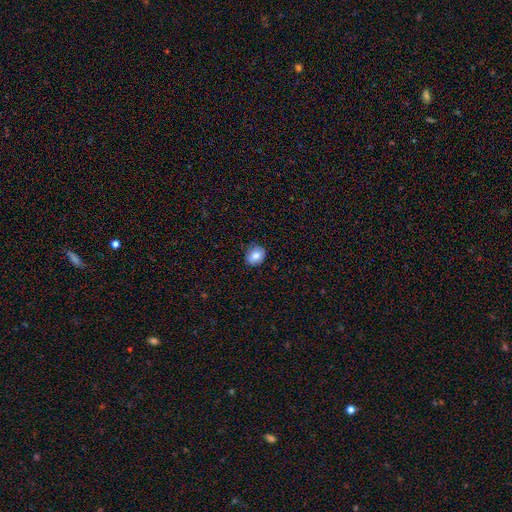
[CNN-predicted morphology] A smooth galaxy with no disk features (76%) that is round (57%).

Vote fractions:
- Smooth or featured? smooth: 76% / featured or disk: 15% / star or artifact: 9%
- How rounded? round: 57% / in between: 42% / cigar-shaped: 1%
- Merging? none: 80% / minor disturbance: 16% / major disturbance: 3% / merger: 1%